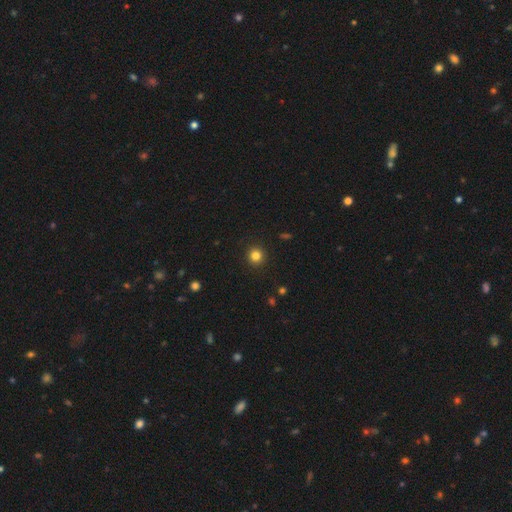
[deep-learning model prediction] Smooth or featured?
  - smooth: 83% *
  - star or artifact: 12%
  - featured or disk: 5%
How rounded?
  - round: 94% *
  - in between: 5%
  - cigar-shaped: 1%
Merging?
  - none: 92% *
  - minor disturbance: 5%
  - major disturbance: 2%
  - merger: 1%